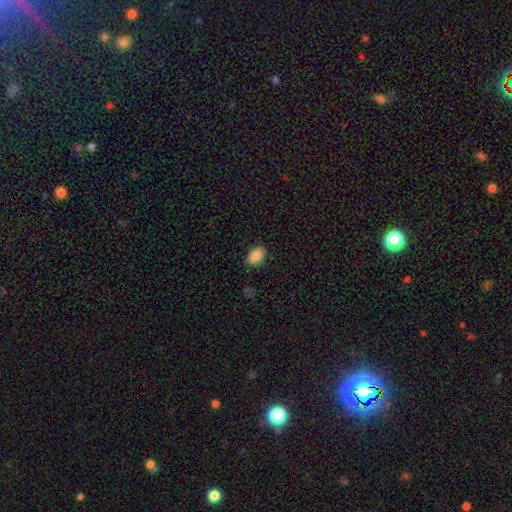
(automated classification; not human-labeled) Smooth or featured?
  - smooth: 87% *
  - star or artifact: 8%
  - featured or disk: 5%
How rounded?
  - in between: 89% *
  - round: 9%
  - cigar-shaped: 1%
Merging?
  - none: 85% *
  - minor disturbance: 12%
  - major disturbance: 2%
  - merger: 1%